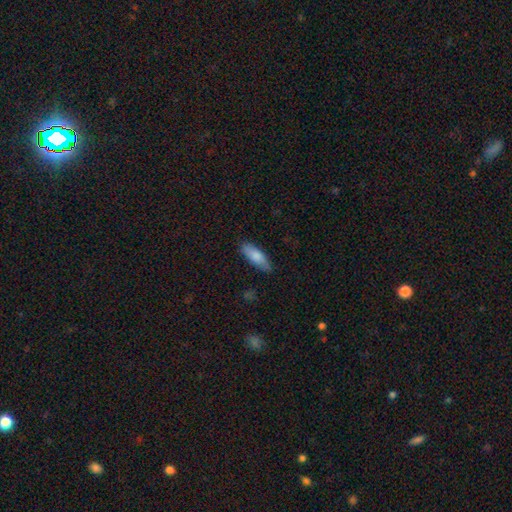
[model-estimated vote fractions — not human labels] A smooth galaxy with no disk features (81%) that is in between round and cigar-shaped (63%).

Vote fractions:
- Smooth or featured? smooth: 81% / featured or disk: 13% / star or artifact: 6%
- How rounded? in between: 63% / cigar-shaped: 35% / round: 2%
- Merging? none: 78% / minor disturbance: 18% / major disturbance: 3% / merger: 1%